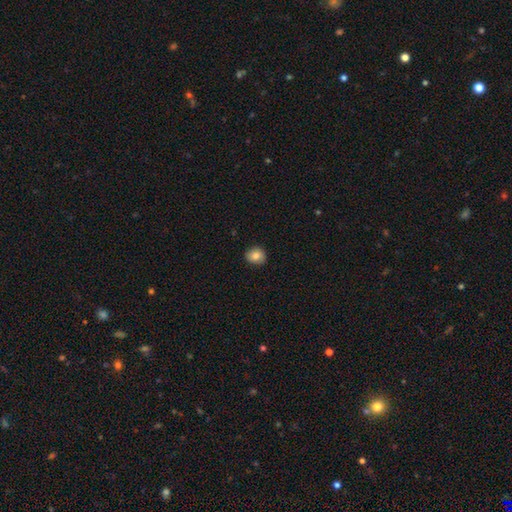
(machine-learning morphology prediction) The model was most divided on "how rounded": round: 71%, in between: 28%, cigar-shaped: 1%. More confident: merging — none (87%); smooth or featured — smooth (82%).